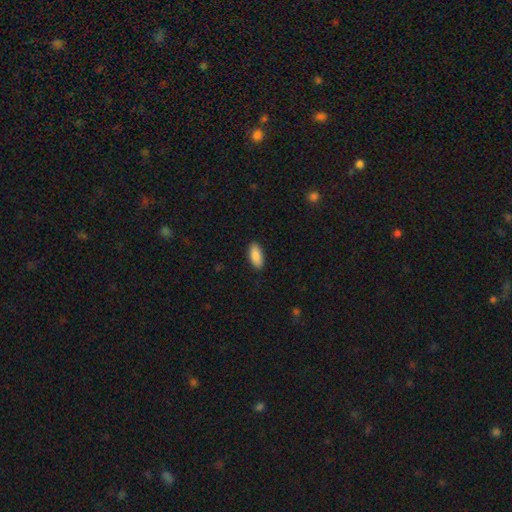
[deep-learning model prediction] Smooth or featured?
  - smooth: 90% *
  - star or artifact: 6%
  - featured or disk: 4%
How rounded?
  - in between: 87% *
  - cigar-shaped: 11%
  - round: 2%
Merging?
  - none: 89% *
  - minor disturbance: 9%
  - major disturbance: 2%
  - merger: 1%